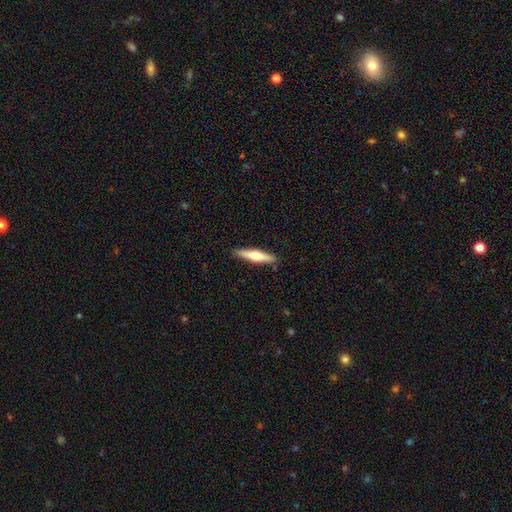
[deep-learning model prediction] smooth_or_featured: featured or disk (p=0.53) [alt: smooth p=0.42]
disk_edge_on: yes (p=0.96) [alt: no p=0.04]
edge_on_bulge: rounded (p=0.92) [alt: none p=0.05]
merging: none (p=0.90) [alt: minor disturbance p=0.07]